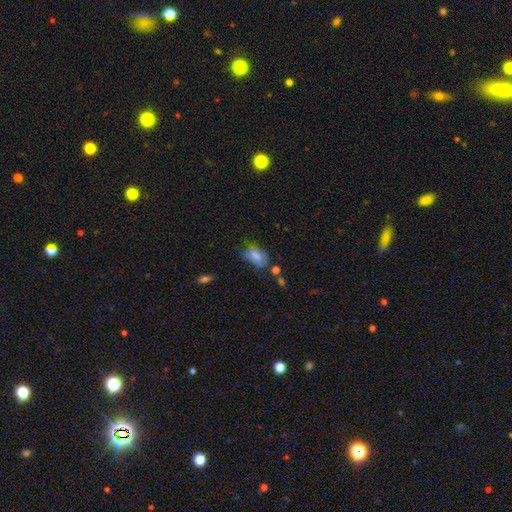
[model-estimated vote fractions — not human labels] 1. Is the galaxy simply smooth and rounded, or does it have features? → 73% smooth, 17% featured or disk, 10% star or artifact.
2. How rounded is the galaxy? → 88% in between, 9% round, 2% cigar-shaped.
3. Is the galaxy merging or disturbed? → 48% none, 33% minor disturbance, 13% major disturbance, 6% merger.